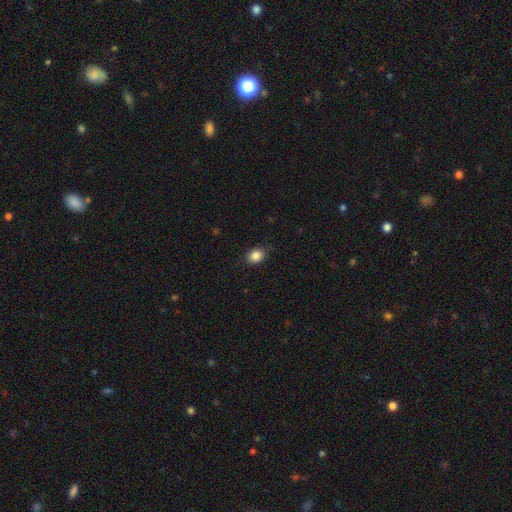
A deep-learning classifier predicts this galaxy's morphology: Overall: smooth (86%). How rounded: in between (51%; round 48%). Merging: none (85%).